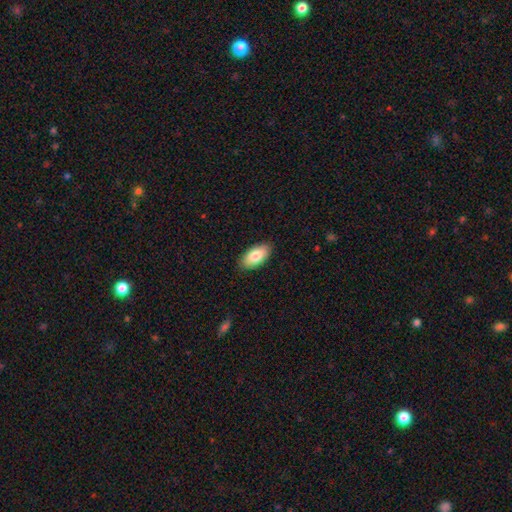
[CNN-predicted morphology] Smooth or featured?
  - smooth: 82% *
  - featured or disk: 11%
  - star or artifact: 6%
How rounded?
  - in between: 94% *
  - cigar-shaped: 4%
  - round: 2%
Merging?
  - none: 89% *
  - minor disturbance: 8%
  - major disturbance: 2%
  - merger: 1%